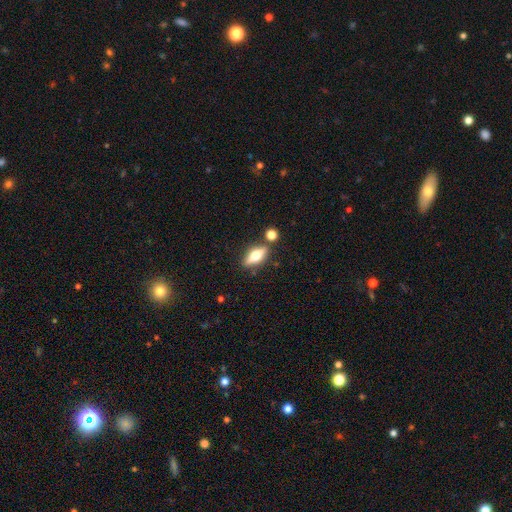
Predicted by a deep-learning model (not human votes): smooth_or_featured: smooth (p=0.49) [alt: featured or disk p=0.43]
merging: none (p=0.78) [alt: minor disturbance p=0.10]